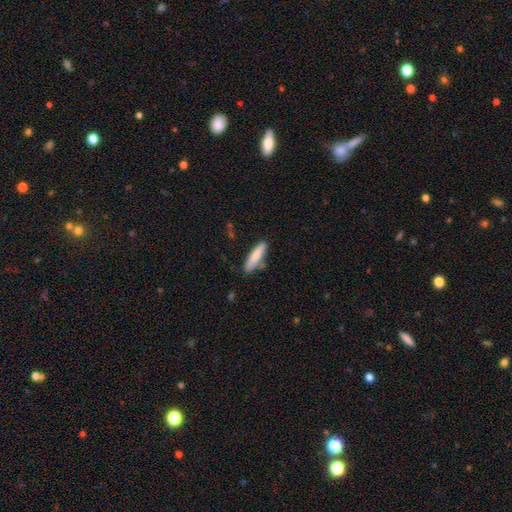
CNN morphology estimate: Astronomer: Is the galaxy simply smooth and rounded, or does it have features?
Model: smooth — 83%.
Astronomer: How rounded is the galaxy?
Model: cigar-shaped — 71%.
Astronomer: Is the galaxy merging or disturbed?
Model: none — 77%.